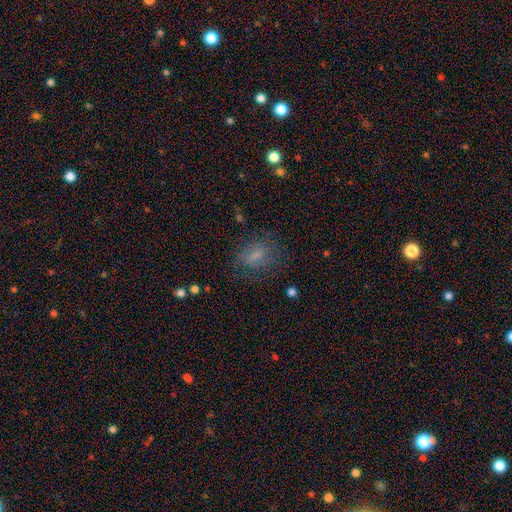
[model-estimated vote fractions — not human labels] Morphology: type=smooth (65%); roundness=in between (69%); merging=none (67%).